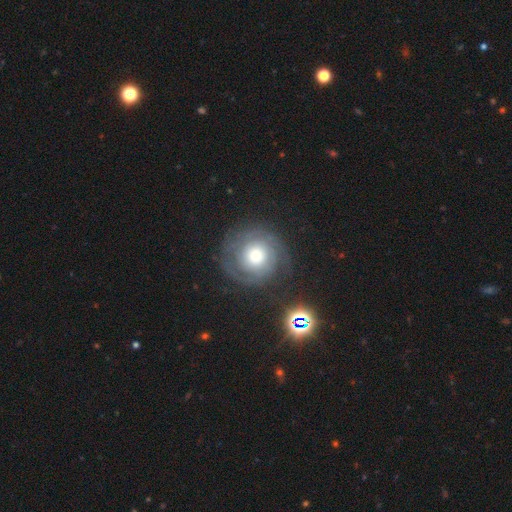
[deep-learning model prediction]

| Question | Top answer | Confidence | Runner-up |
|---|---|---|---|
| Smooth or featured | featured or disk | 70% | smooth (20%) |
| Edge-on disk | no | 98% | yes (2%) |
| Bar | no | 82% | weak (14%) |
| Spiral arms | yes | 88% | no (12%) |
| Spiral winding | tight | 74% | medium (20%) |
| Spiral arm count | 2 | 45% | can't tell (29%) |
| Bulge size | moderate | 56% | large (20%) |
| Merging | none | 79% | minor disturbance (12%) |